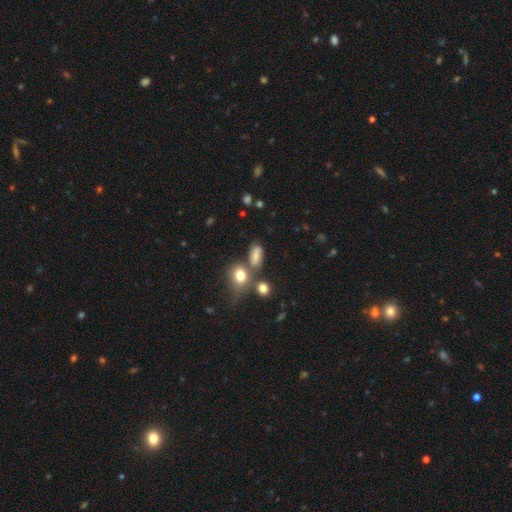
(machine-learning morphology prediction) Smooth or featured? smooth (69%)
How rounded? in between (76%)
Merging? none (53%)